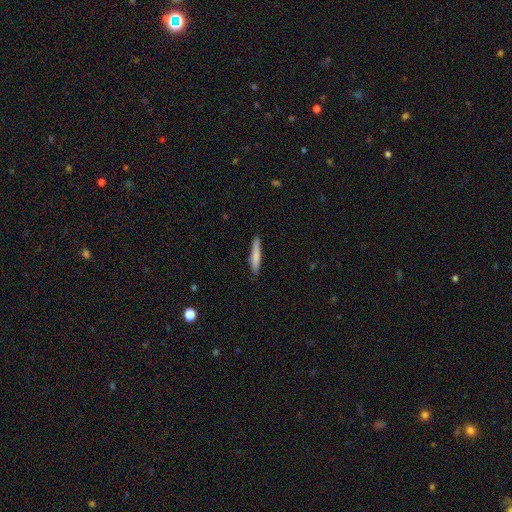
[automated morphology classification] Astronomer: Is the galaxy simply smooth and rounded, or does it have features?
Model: smooth — 76%.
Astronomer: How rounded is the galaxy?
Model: cigar-shaped — 93%.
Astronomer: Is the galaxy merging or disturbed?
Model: none — 88%.